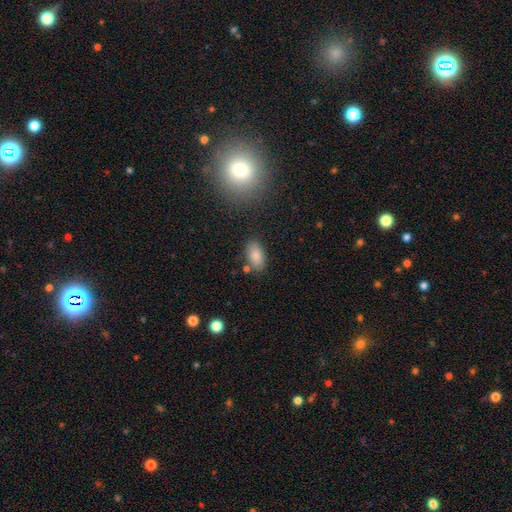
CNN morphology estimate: smooth-or-featured: smooth: 85% | star or artifact: 8% | featured or disk: 7%
  how-rounded: in between: 92% | round: 5% | cigar-shaped: 3%
  merging: none: 77% | minor disturbance: 14% | merger: 6% | major disturbance: 4%